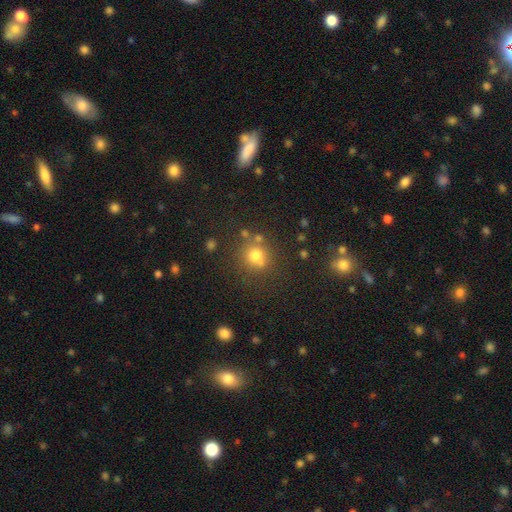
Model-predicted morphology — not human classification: Smooth or featured? smooth (70%)
How rounded? round (87%)
Merging? none (65%)